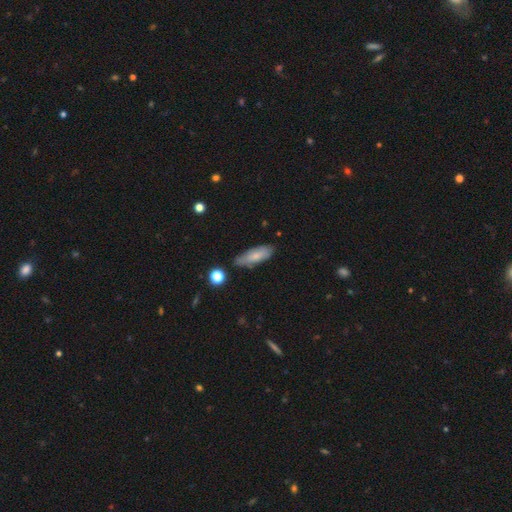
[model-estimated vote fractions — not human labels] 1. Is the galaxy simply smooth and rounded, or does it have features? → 73% smooth, 20% featured or disk, 7% star or artifact.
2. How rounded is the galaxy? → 60% in between, 38% cigar-shaped, 2% round.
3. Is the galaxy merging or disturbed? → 71% none, 22% minor disturbance, 4% major disturbance, 3% merger.